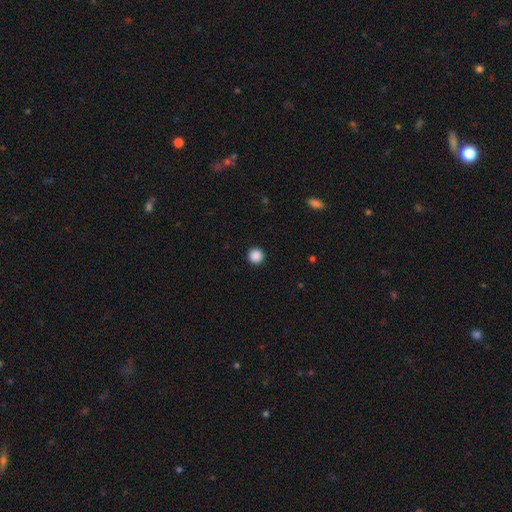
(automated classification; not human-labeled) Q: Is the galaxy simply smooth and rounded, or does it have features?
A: smooth — 88%.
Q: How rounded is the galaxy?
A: round — 96%.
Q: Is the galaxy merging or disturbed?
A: none — 93%.